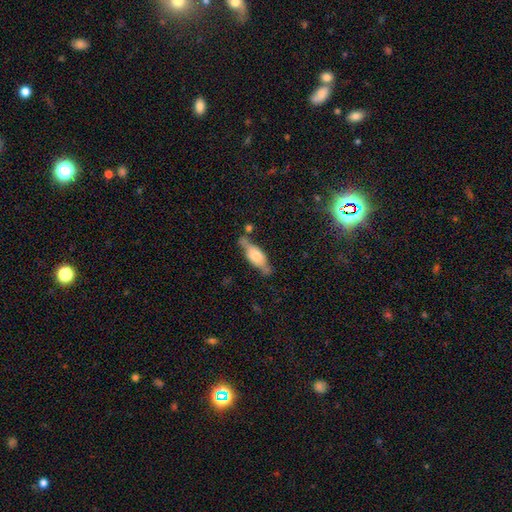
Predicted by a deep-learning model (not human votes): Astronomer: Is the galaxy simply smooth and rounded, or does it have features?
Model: featured or disk — 51% (runner-up: smooth, 42%).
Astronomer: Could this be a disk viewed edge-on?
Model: yes — 84%.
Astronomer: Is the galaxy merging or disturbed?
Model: none — 64%.